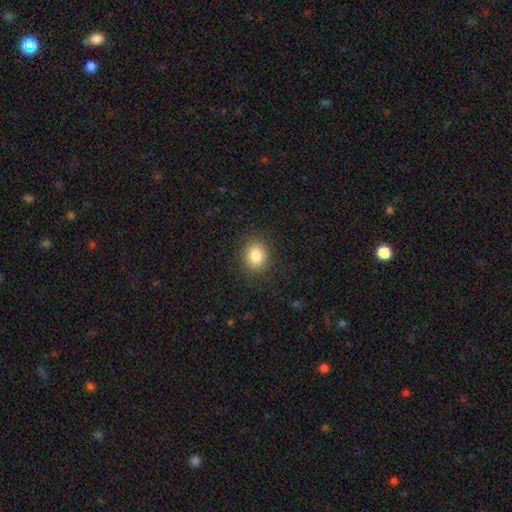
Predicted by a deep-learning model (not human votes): smooth-or-featured: smooth: 85% | star or artifact: 10% | featured or disk: 5%
  how-rounded: round: 61% | in between: 38% | cigar-shaped: 1%
  merging: none: 87% | minor disturbance: 9% | major disturbance: 3% | merger: 1%